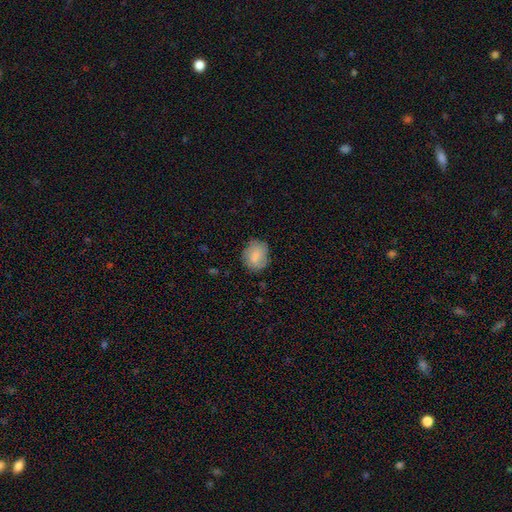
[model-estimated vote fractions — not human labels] The model was most divided on "how rounded": round: 59%, in between: 40%, cigar-shaped: 1%. More confident: smooth or featured — smooth (82%); merging — none (77%).